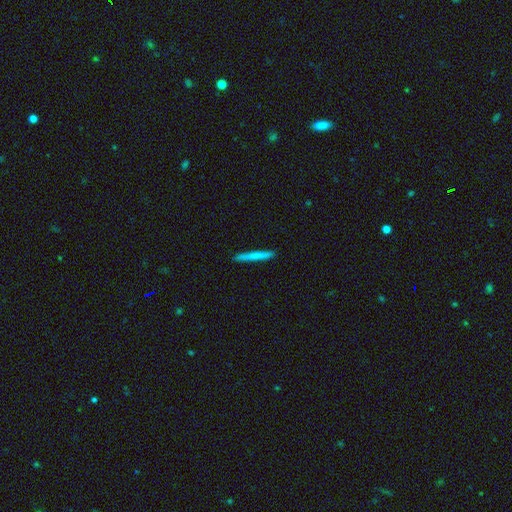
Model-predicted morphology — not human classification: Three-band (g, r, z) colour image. It shows a smooth galaxy with no disk features (75%) that is cigar-shaped (96%). Merging: none (91%).